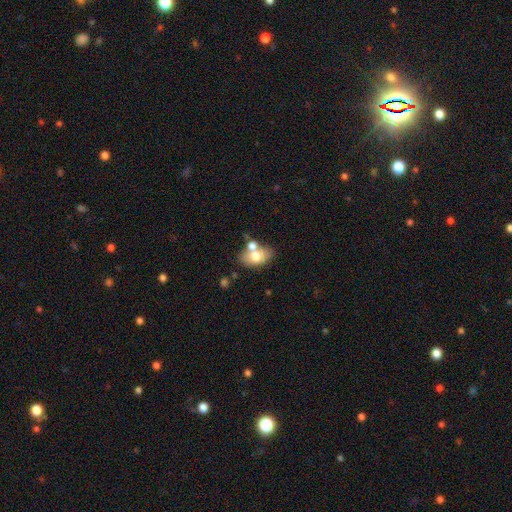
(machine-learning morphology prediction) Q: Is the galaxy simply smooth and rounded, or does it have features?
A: smooth — 68%.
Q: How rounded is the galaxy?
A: in between — 84%.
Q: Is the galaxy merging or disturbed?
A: none — 54%.